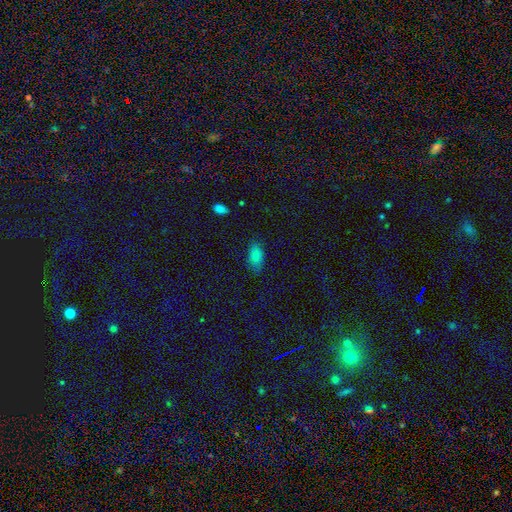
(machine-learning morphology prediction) The model was most divided on "merging": none: 80%, minor disturbance: 15%, major disturbance: 3%, merger: 1%. More confident: how rounded — in between (91%); smooth or featured — smooth (82%).